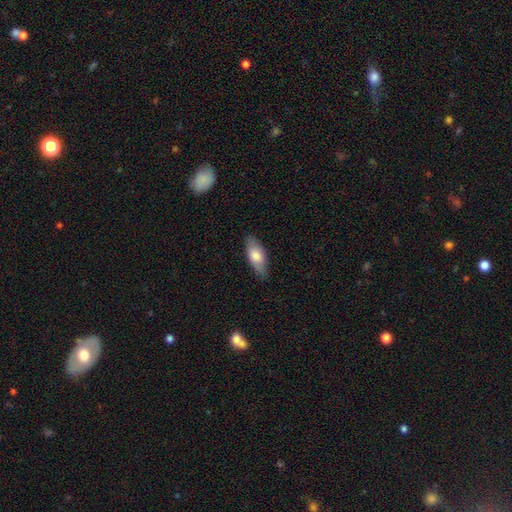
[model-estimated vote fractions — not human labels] A smooth galaxy with no disk features (71%) that is in between round and cigar-shaped (77%). Merging: none (83%).